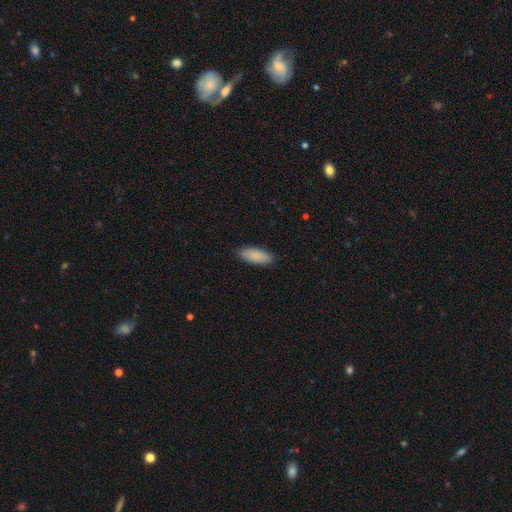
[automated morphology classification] A smooth galaxy with no disk features (88%) that is in between round and cigar-shaped (80%).

Vote fractions:
- Smooth or featured? smooth: 88% / featured or disk: 7% / star or artifact: 5%
- How rounded? in between: 80% / cigar-shaped: 18% / round: 2%
- Merging? none: 87% / minor disturbance: 10% / major disturbance: 2% / merger: 1%